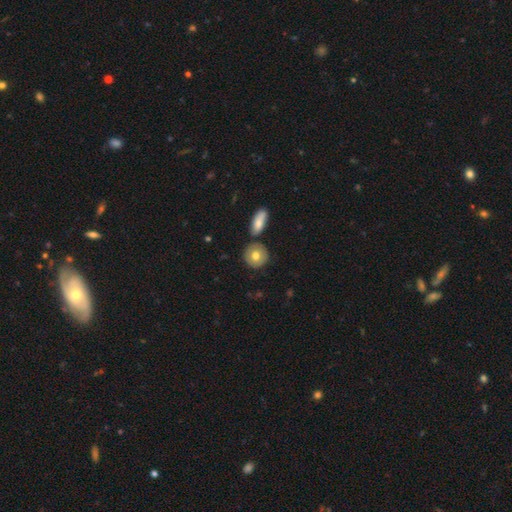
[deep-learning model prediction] smooth_or_featured: smooth (p=0.73) [alt: featured or disk p=0.20]
how_rounded: round (p=0.87) [alt: in between p=0.11]
merging: none (p=0.79) [alt: minor disturbance p=0.09]